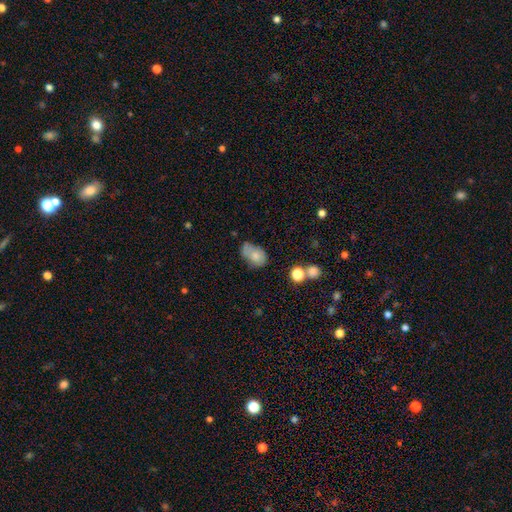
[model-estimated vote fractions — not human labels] A smooth galaxy with no disk features (69%) that is in between round and cigar-shaped (83%).

Vote fractions:
- Smooth or featured? smooth: 69% / featured or disk: 22% / star or artifact: 10%
- How rounded? in between: 83% / round: 15% / cigar-shaped: 1%
- Merging? none: 41% / minor disturbance: 35% / major disturbance: 15% / merger: 10%